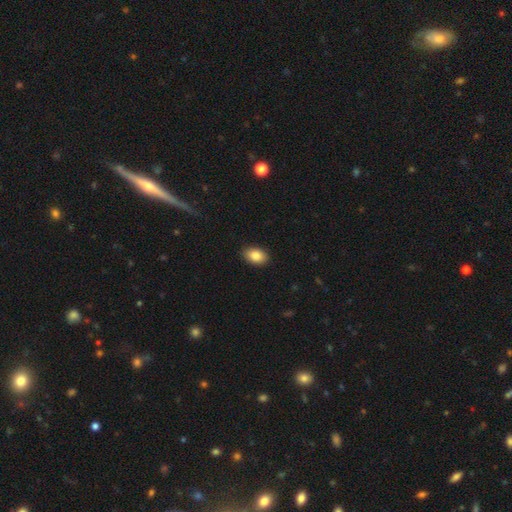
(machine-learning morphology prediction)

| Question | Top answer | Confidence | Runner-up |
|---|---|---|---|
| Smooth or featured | smooth | 86% | star or artifact (8%) |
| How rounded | in between | 86% | round (13%) |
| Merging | none | 89% | minor disturbance (8%) |